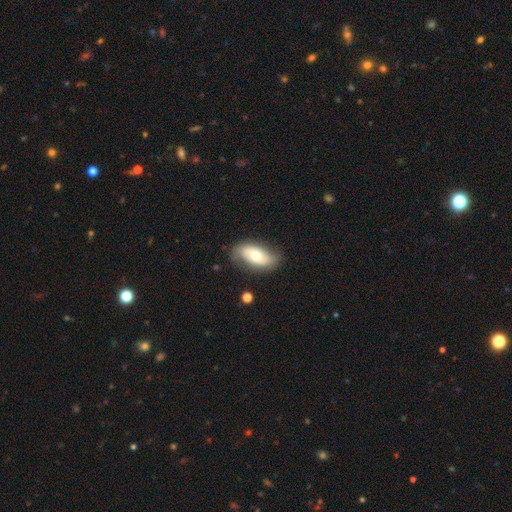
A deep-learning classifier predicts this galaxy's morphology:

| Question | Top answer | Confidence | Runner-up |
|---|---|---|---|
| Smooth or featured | smooth | 57% | featured or disk (37%) |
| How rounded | in between | 92% | cigar-shaped (4%) |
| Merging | none | 74% | minor disturbance (19%) |